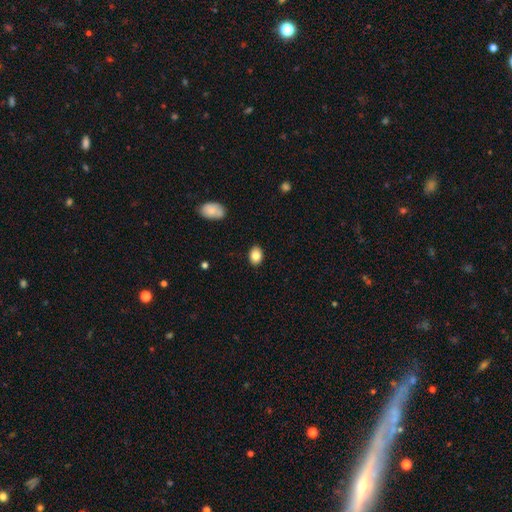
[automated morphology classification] type=smooth (85%); roundness=in between (75%); merging=none (88%).